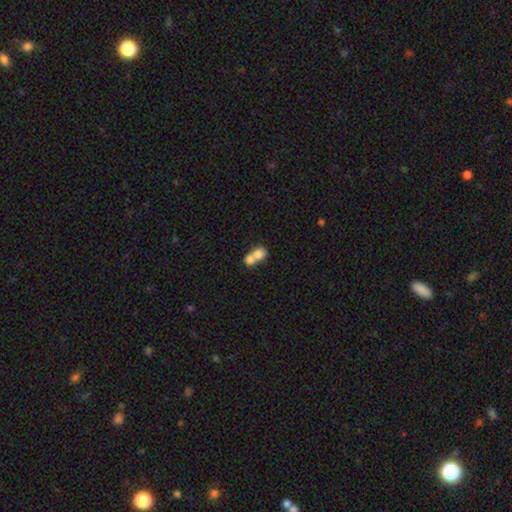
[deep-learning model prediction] The model was most divided on "how rounded": round: 65%, in between: 34%, cigar-shaped: 1%. More confident: smooth or featured — smooth (75%); merging — merger (73%).